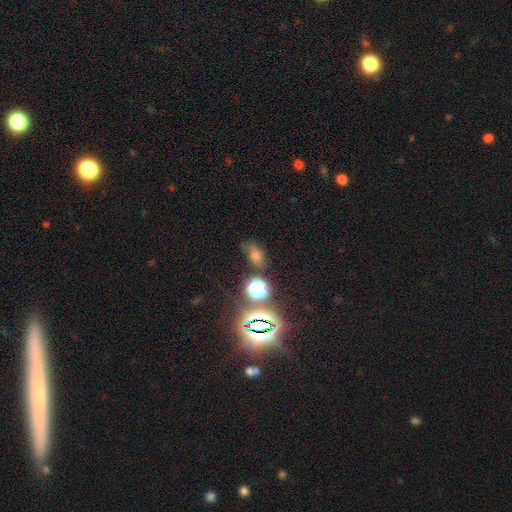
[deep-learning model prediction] This is marginally a star or artifact rather than a galaxy (43%).